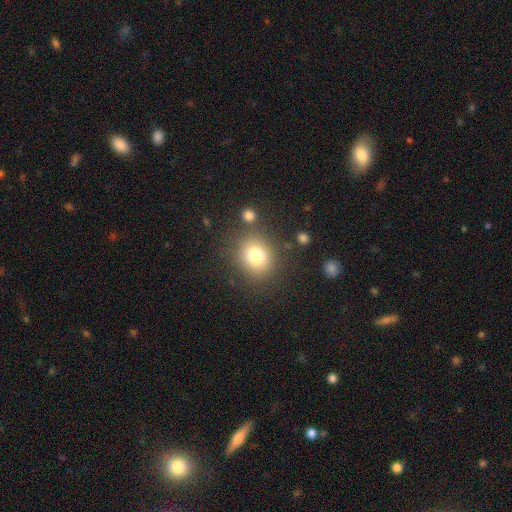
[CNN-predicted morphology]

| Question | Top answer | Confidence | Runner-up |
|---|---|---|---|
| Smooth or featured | smooth | 77% | star or artifact (13%) |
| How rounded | round | 77% | in between (22%) |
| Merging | none | 81% | minor disturbance (10%) |